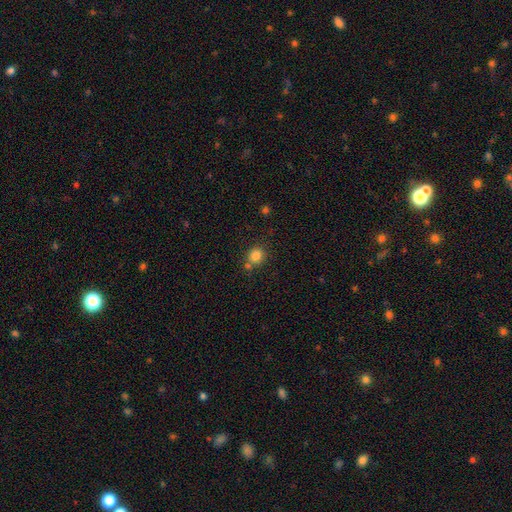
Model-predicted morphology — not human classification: smooth_or_featured: smooth (p=0.83) [alt: star or artifact p=0.11]
how_rounded: round (p=0.81) [alt: in between p=0.18]
merging: none (p=0.66) [alt: merger p=0.17]